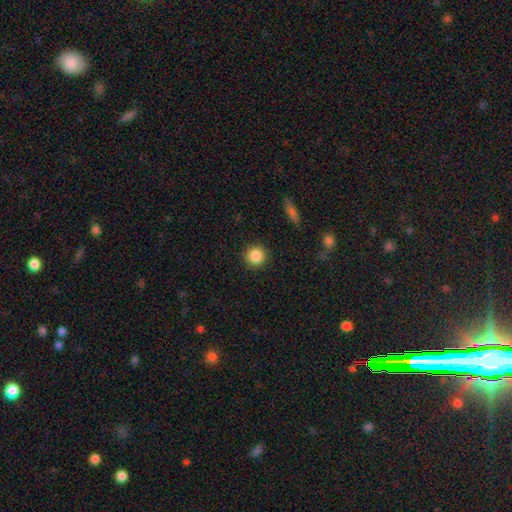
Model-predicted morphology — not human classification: Smooth or featured?
  - smooth: 86% *
  - star or artifact: 9%
  - featured or disk: 4%
How rounded?
  - round: 94% *
  - in between: 5%
  - cigar-shaped: 1%
Merging?
  - none: 91% *
  - minor disturbance: 6%
  - major disturbance: 2%
  - merger: 1%